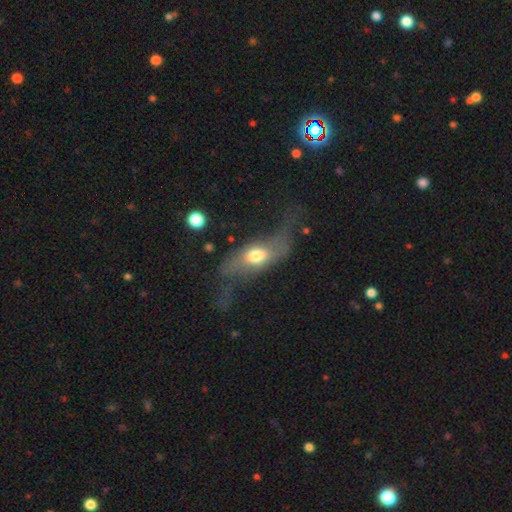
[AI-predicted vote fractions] Overall: featured or disk (54%; smooth 38%). Edge-on disk: no (68%; yes 32%). Merging: major disturbance (38%; none 37%).